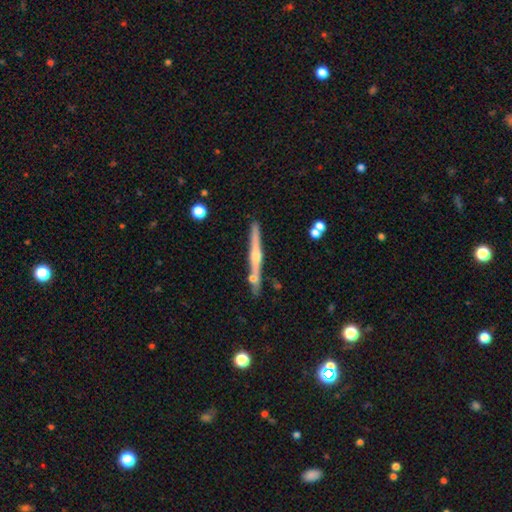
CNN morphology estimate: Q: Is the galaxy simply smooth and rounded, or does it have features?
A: featured or disk — 75%.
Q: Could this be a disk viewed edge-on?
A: yes — 98%.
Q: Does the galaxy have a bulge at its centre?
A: rounded — 81%.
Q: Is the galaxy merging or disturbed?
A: none — 82%.